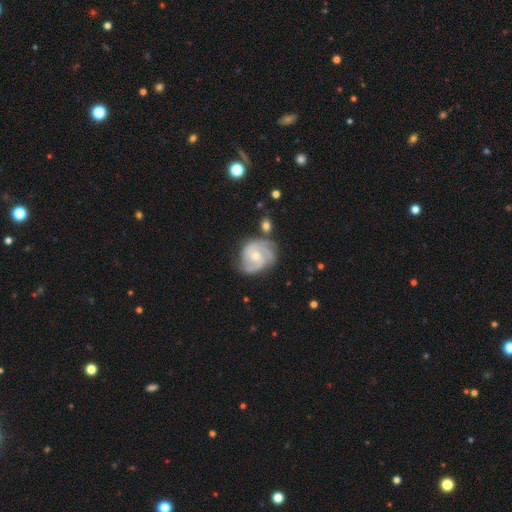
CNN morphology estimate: Smooth or featured: featured or disk — 87% (smooth — 8%)
Edge-on disk: no — 98% (yes — 2%)
Bar: no — 66% (weak — 29%)
Spiral arms: yes — 97% (no — 3%)
Spiral winding: tight — 51% (medium — 41%)
Spiral arm count: 3 — 48% (2 — 30%)
Bulge size: moderate — 51% (small — 45%)
Merging: none — 66% (minor disturbance — 22%)